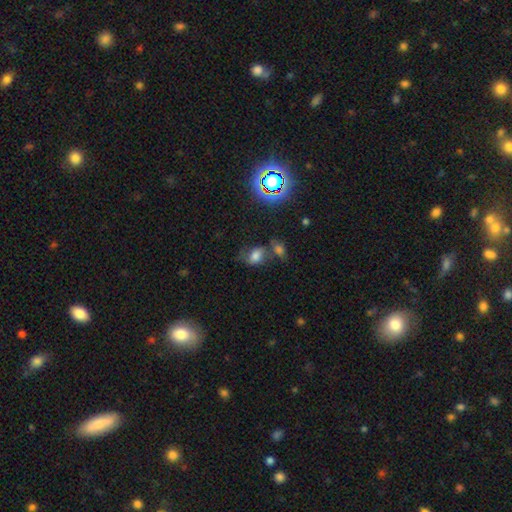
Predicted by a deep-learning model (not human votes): Morphology: type=smooth (62%); roundness=in between (77%); merging=none (44%).